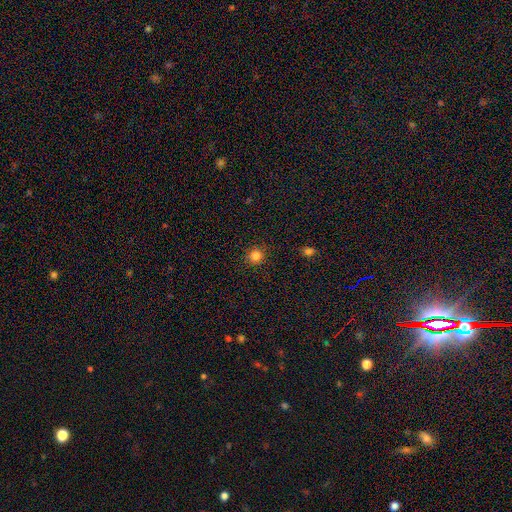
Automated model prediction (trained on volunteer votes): Morphology: type=smooth (84%); roundness=round (93%); merging=none (91%).